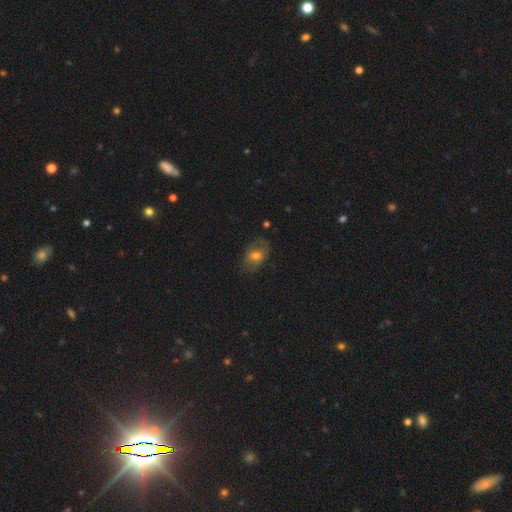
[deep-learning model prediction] Morphology: type=smooth (59%); roundness=in between (79%); merging=none (64%).